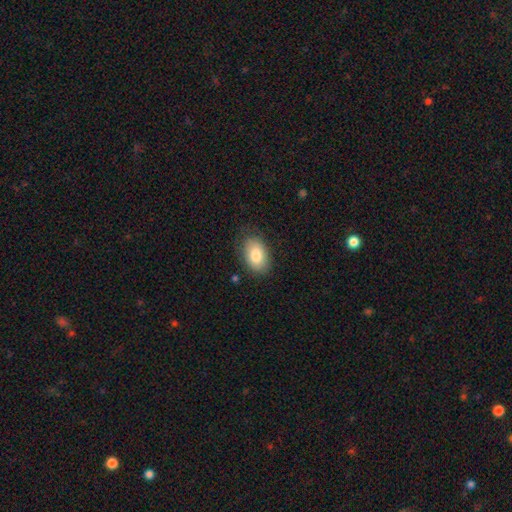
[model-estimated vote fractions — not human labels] The model was most divided on "merging": none: 78%, minor disturbance: 16%, major disturbance: 4%, merger: 1%. More confident: how rounded — in between (89%); smooth or featured — smooth (81%).